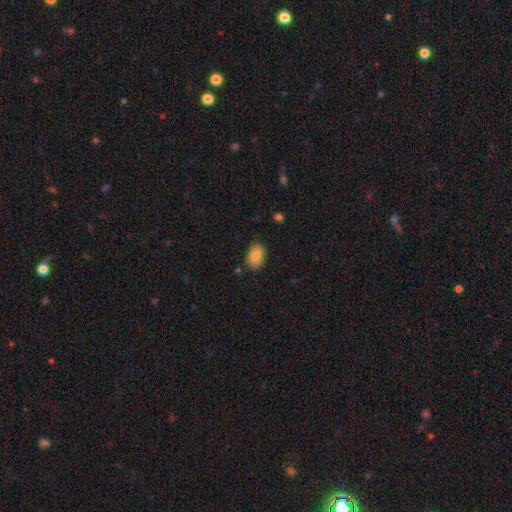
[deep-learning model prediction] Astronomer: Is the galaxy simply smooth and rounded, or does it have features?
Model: smooth — 86%.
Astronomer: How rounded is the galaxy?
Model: in between — 88%.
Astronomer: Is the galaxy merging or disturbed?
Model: none — 84%.